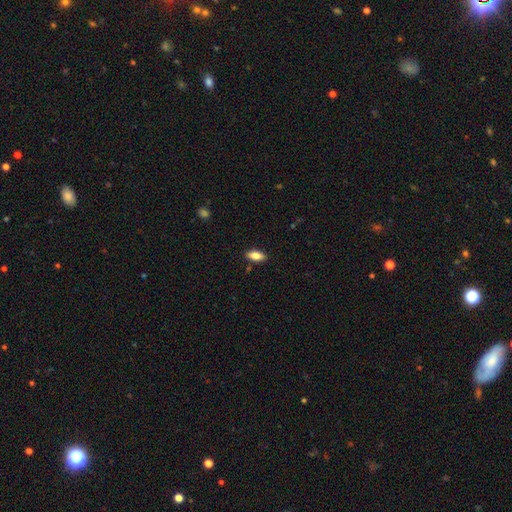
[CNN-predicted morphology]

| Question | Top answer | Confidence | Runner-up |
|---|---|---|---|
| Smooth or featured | smooth | 76% | featured or disk (17%) |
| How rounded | in between | 83% | cigar-shaped (14%) |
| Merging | none | 88% | minor disturbance (9%) |